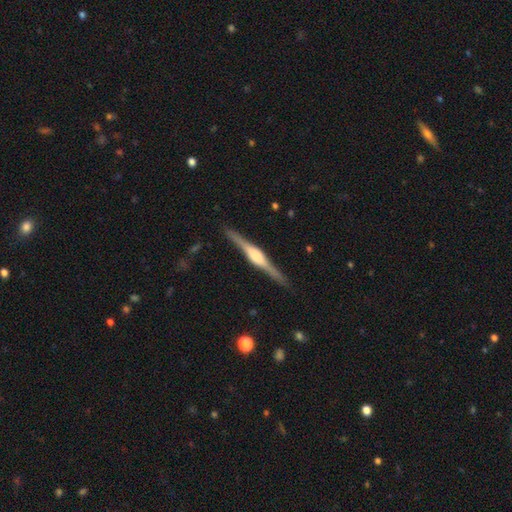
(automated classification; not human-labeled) Smooth or featured: featured or disk — 85% (smooth — 10%)
Edge-on disk: yes — 98% (no — 2%)
Edge-on bulge: rounded — 71% (boxy — 25%)
Merging: none — 89% (minor disturbance — 8%)